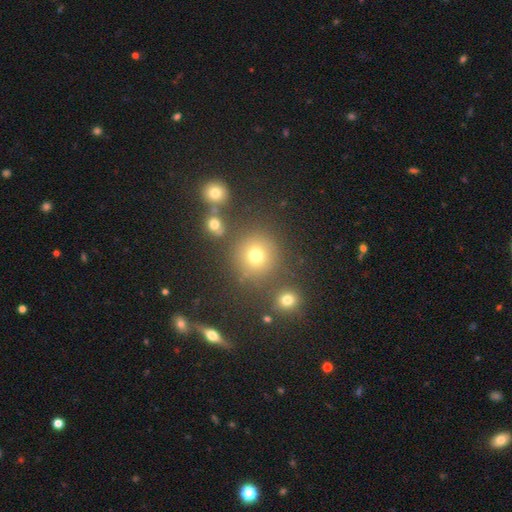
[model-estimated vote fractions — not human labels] Smooth or featured?
  - smooth: 72% *
  - star or artifact: 19%
  - featured or disk: 9%
How rounded?
  - round: 91% *
  - in between: 8%
  - cigar-shaped: 1%
Merging?
  - none: 79% *
  - merger: 9%
  - minor disturbance: 9%
  - major disturbance: 4%